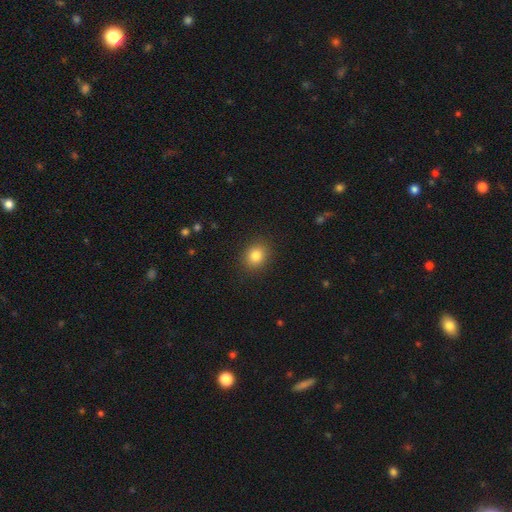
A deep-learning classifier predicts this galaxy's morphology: A smooth galaxy with no disk features (82%) that is round (65%). Merging: none (89%).